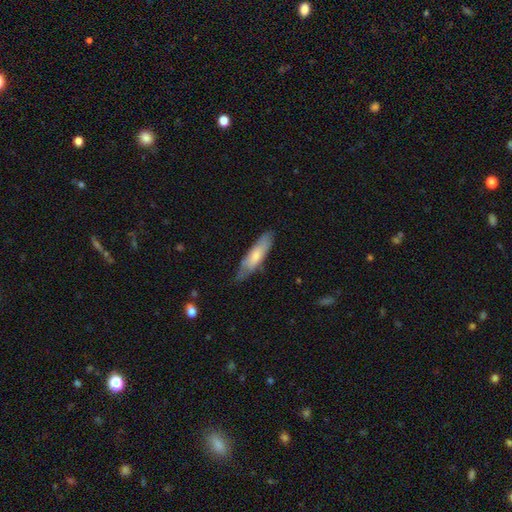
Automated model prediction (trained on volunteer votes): Morphology: type=smooth (67%); roundness=cigar-shaped (62%); merging=none (69%).